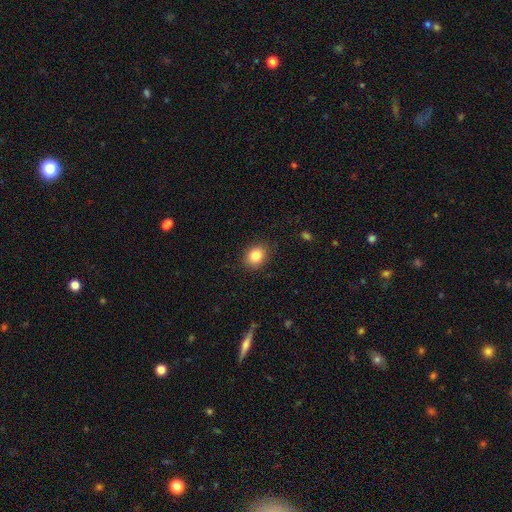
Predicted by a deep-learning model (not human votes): A smooth galaxy with no disk features (85%) that is round (58%). Merging: none (88%).